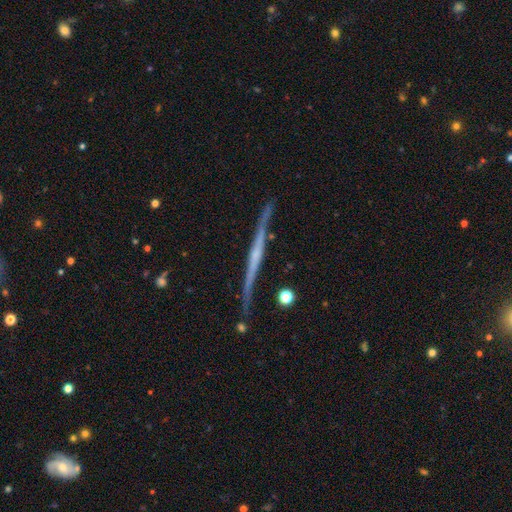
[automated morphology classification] Q: Smooth or featured?
A: featured or disk (79%); runner-up: smooth (15%)
Q: Edge-on disk?
A: yes (98%); runner-up: no (2%)
Q: Edge-on bulge?
A: none (52%); runner-up: rounded (35%)
Q: Merging?
A: none (86%); runner-up: minor disturbance (10%)